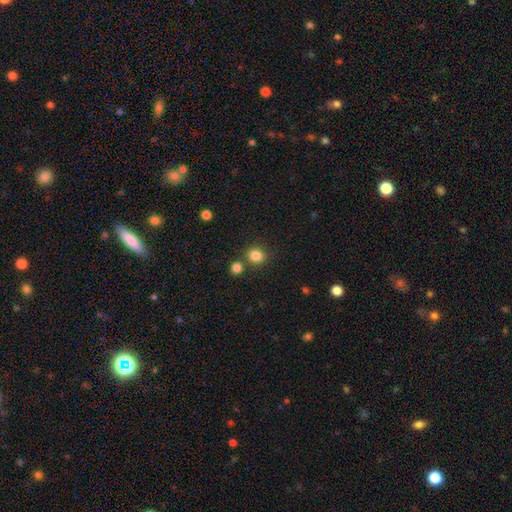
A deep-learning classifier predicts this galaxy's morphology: A smooth galaxy with no disk features (83%) that is round (83%). Merging: none (75%).